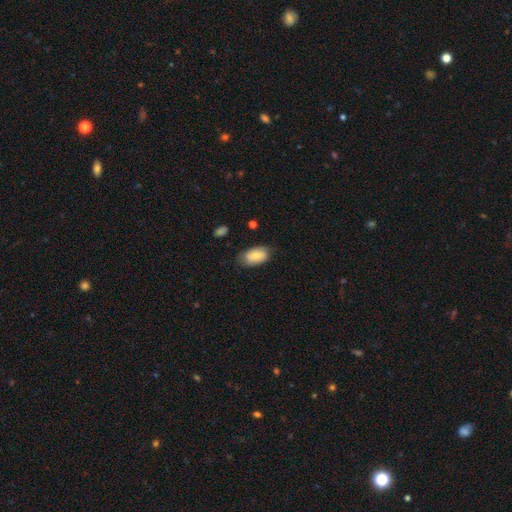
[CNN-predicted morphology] type=smooth (77%); roundness=in between (93%); merging=none (72%).